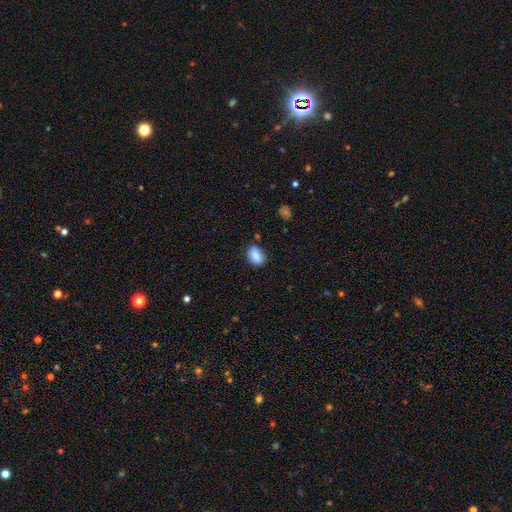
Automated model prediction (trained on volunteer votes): Smooth or featured? smooth (85%)
How rounded? in between (73%)
Merging? none (78%)